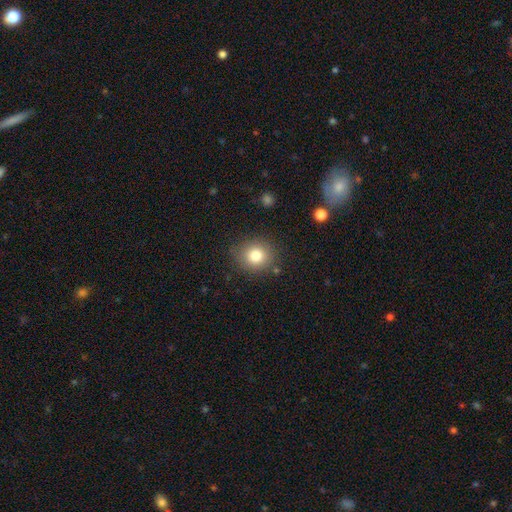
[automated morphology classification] This appears to be a smooth galaxy with no disk features (80%) that is round (80%). Merging: none (85%).